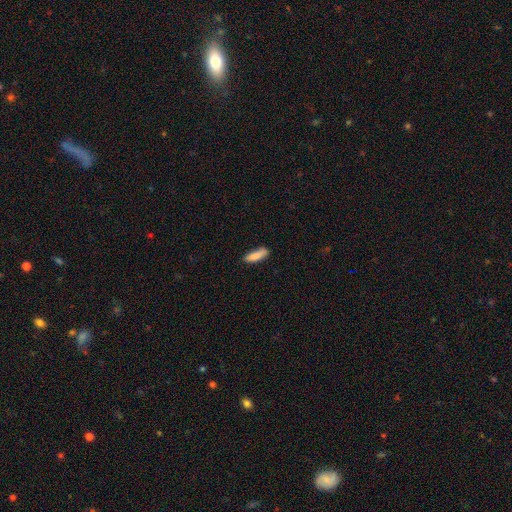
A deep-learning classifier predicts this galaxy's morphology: A smooth galaxy with no disk features (87%) that is cigar-shaped (53%).

Vote fractions:
- Smooth or featured? smooth: 87% / featured or disk: 7% / star or artifact: 7%
- How rounded? cigar-shaped: 53% / in between: 45% / round: 2%
- Merging? none: 75% / minor disturbance: 19% / major disturbance: 3% / merger: 2%